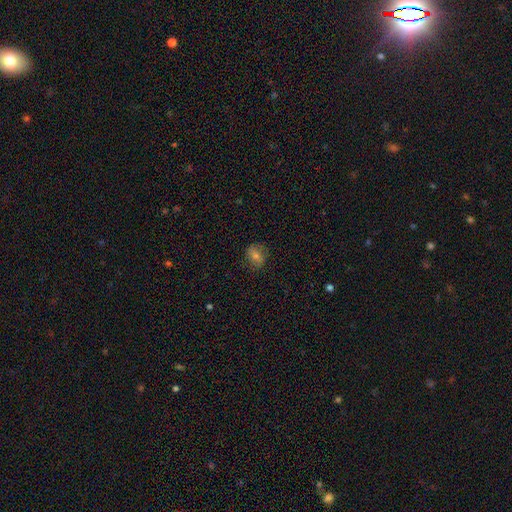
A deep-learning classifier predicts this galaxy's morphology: Q: Smooth or featured?
A: smooth (57%); runner-up: featured or disk (25%)
Q: How rounded?
A: round (59%); runner-up: in between (40%)
Q: Merging?
A: none (79%); runner-up: minor disturbance (15%)